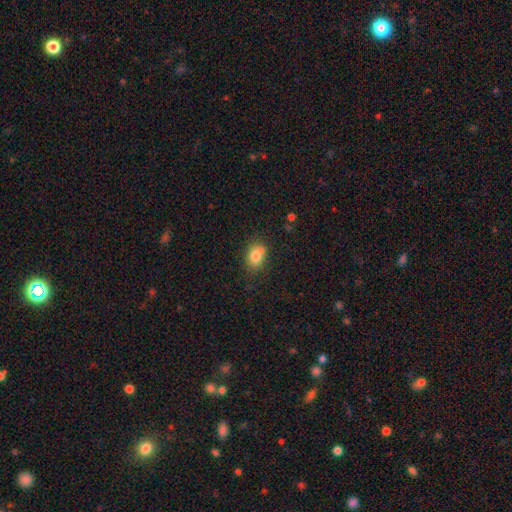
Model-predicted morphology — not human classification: This appears to be a smooth galaxy with no disk features (79%) that is in between round and cigar-shaped (67%). Merging: none (60%).